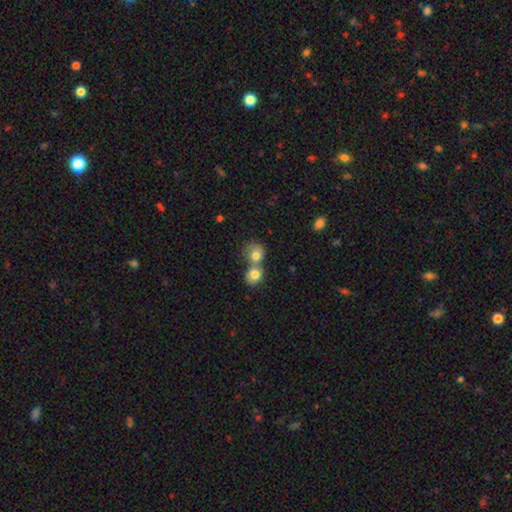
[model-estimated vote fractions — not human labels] This appears to be a smooth galaxy with no disk features (77%) that is round (74%). Merging: merger (65%).